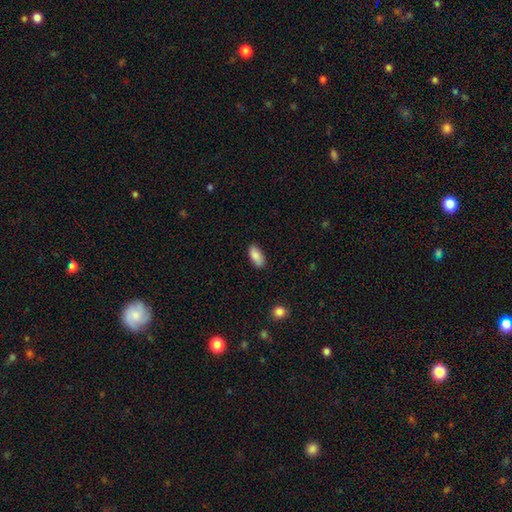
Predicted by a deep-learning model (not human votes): The model was most divided on "merging": none: 85%, minor disturbance: 11%, major disturbance: 2%, merger: 1%. More confident: how rounded — in between (90%); smooth or featured — smooth (88%).